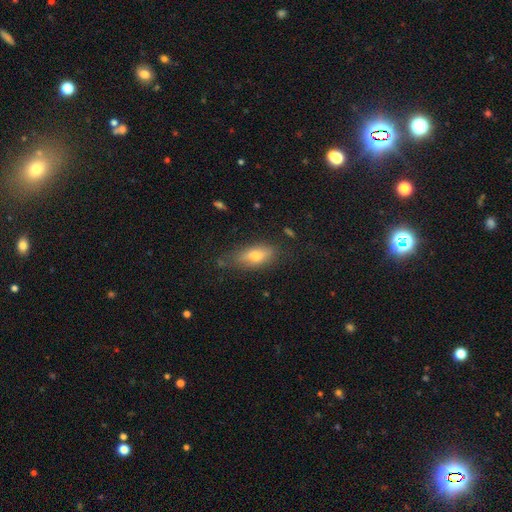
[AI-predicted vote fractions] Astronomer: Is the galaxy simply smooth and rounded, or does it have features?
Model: smooth — 66%.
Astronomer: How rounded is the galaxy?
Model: in between — 74%.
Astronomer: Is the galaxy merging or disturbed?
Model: none — 71%.